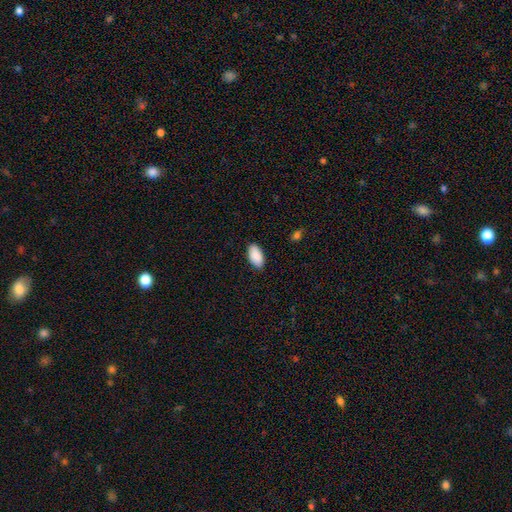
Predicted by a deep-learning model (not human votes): Smooth or featured?
  - smooth: 91% *
  - star or artifact: 6%
  - featured or disk: 3%
How rounded?
  - in between: 95% *
  - cigar-shaped: 3%
  - round: 2%
Merging?
  - none: 88% *
  - minor disturbance: 9%
  - major disturbance: 2%
  - merger: 1%